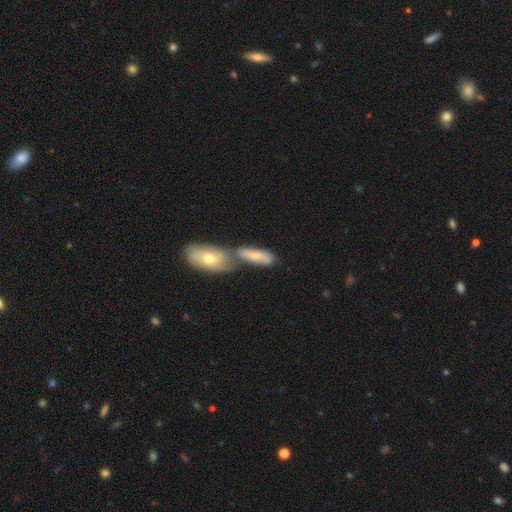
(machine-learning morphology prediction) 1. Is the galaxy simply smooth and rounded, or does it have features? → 62% smooth, 31% featured or disk, 7% star or artifact.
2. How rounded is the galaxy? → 66% in between, 31% cigar-shaped, 3% round.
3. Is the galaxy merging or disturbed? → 51% merger, 33% none, 12% minor disturbance, 4% major disturbance.